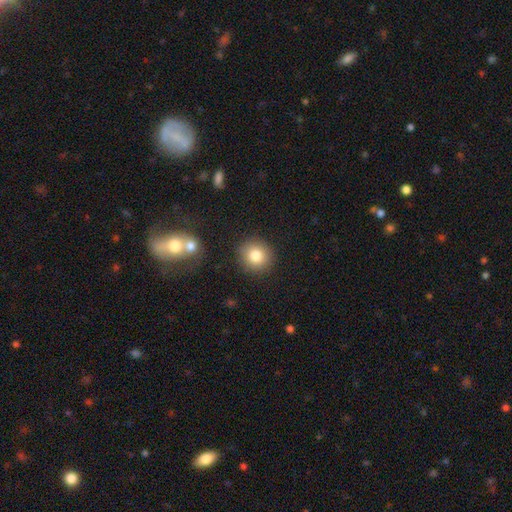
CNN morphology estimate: Q: Smooth or featured?
A: smooth (81%); runner-up: star or artifact (11%)
Q: How rounded?
A: round (87%); runner-up: in between (12%)
Q: Merging?
A: none (88%); runner-up: minor disturbance (8%)